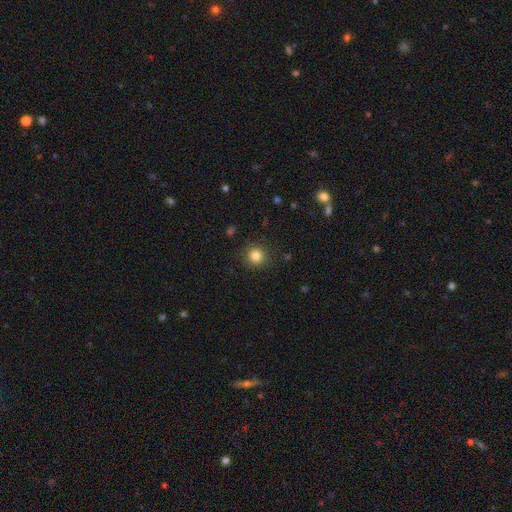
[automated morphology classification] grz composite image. It shows a smooth galaxy with no disk features (83%) that is round (93%). Merging: none (89%).